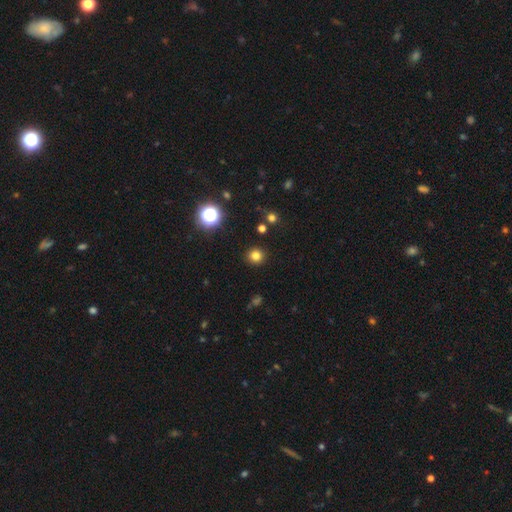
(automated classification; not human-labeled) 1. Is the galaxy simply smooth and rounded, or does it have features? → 79% smooth, 16% star or artifact, 5% featured or disk.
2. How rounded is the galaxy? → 92% round, 7% in between, 1% cigar-shaped.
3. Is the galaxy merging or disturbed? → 91% none, 5% minor disturbance, 2% major disturbance, 1% merger.